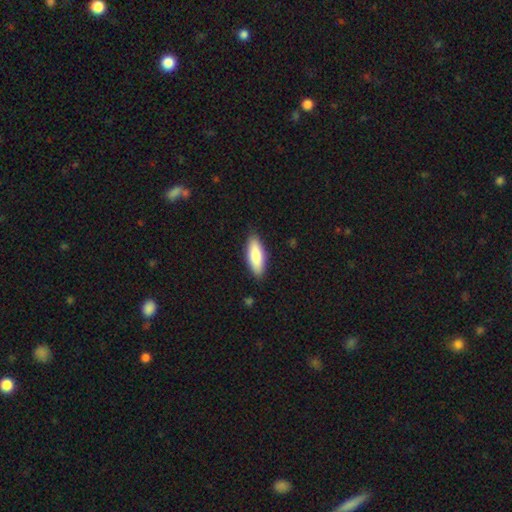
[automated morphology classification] Smooth or featured?
  - smooth: 83% *
  - featured or disk: 12%
  - star or artifact: 5%
How rounded?
  - in between: 67% *
  - cigar-shaped: 31%
  - round: 2%
Merging?
  - none: 87% *
  - minor disturbance: 10%
  - major disturbance: 2%
  - merger: 1%